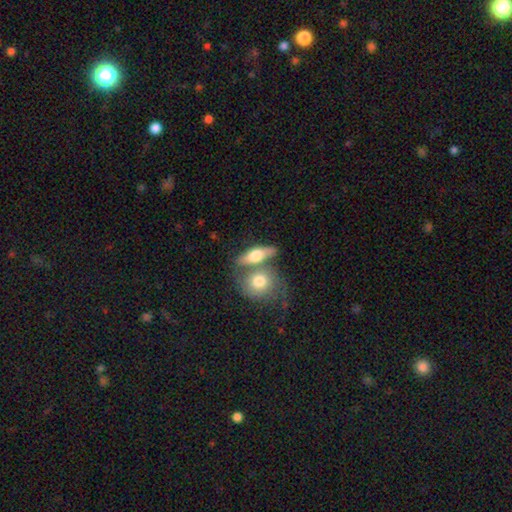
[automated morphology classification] A smooth galaxy with no disk features (62%) that is in between round and cigar-shaped (59%). Merging: none (44%).